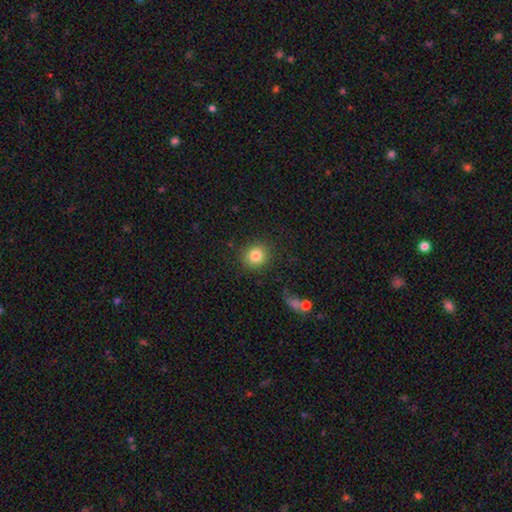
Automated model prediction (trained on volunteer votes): This appears to be a smooth galaxy with no disk features (83%) that is round (85%). Merging: none (88%).